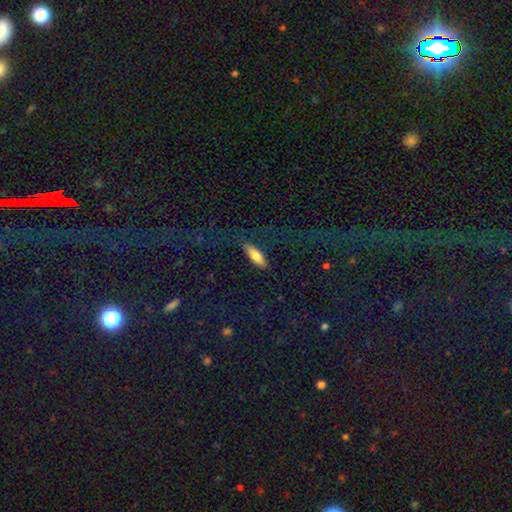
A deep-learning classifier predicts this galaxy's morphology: Smooth or featured?
  - smooth: 74% *
  - featured or disk: 19%
  - star or artifact: 6%
How rounded?
  - in between: 54% *
  - cigar-shaped: 43%
  - round: 2%
Merging?
  - none: 82% *
  - minor disturbance: 12%
  - major disturbance: 4%
  - merger: 1%